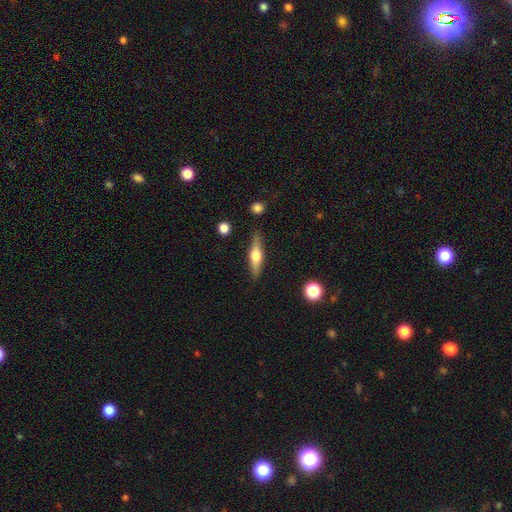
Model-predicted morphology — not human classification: A featured or disk galaxy (55%) viewed edge-on (94%) with a rounded central bulge (90%). Merging: none (86%).